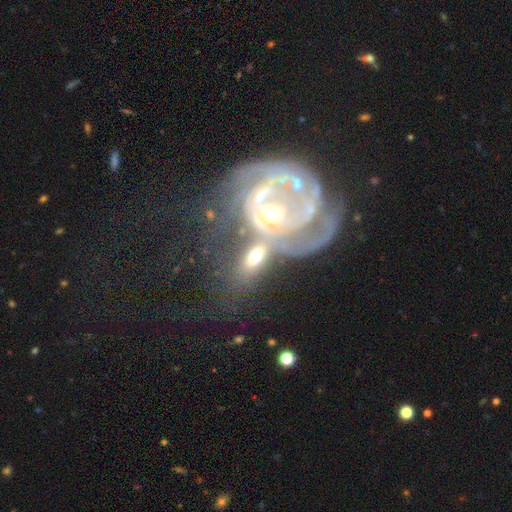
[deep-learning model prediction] Smooth or featured? Predicted: featured or disk (p=0.46). Merging? Predicted: merger (p=0.48).